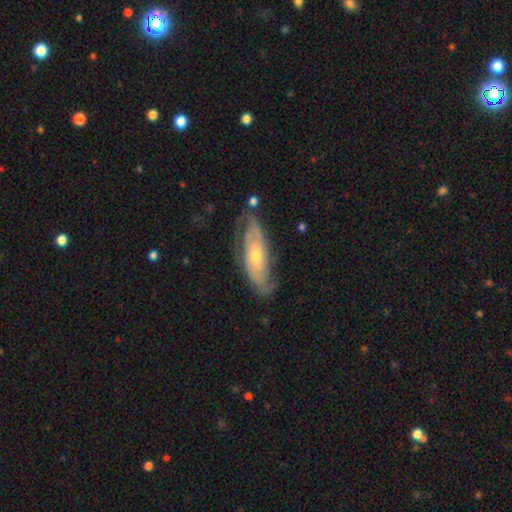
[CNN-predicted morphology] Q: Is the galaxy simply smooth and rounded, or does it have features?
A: featured or disk — 72%.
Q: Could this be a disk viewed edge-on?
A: no — 84%.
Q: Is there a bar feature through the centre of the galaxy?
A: no — 71%.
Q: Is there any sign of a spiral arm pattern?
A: yes — 85%.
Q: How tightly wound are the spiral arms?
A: tight — 44%.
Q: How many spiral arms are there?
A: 2 — 59%.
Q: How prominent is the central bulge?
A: small — 52%.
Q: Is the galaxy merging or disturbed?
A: none — 64%.